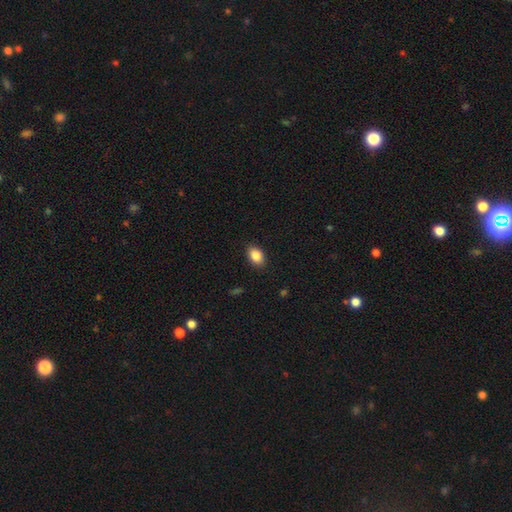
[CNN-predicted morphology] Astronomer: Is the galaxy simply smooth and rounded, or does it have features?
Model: smooth — 87%.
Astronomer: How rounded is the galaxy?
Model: in between — 87%.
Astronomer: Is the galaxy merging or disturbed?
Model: none — 88%.